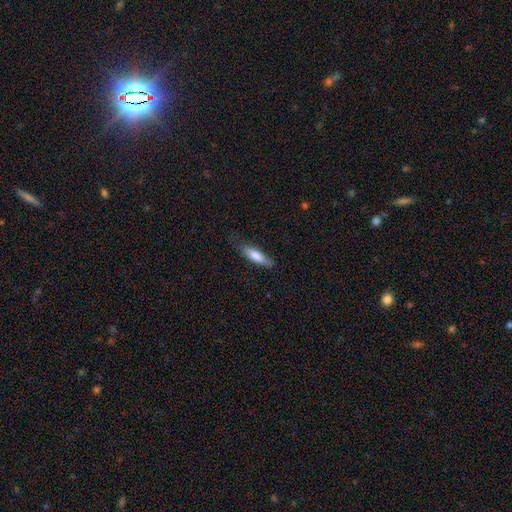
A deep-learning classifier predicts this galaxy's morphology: This is likely a smooth galaxy (76%). How rounded: possibly cigar-shaped (58%). Merging: likely none (69%).